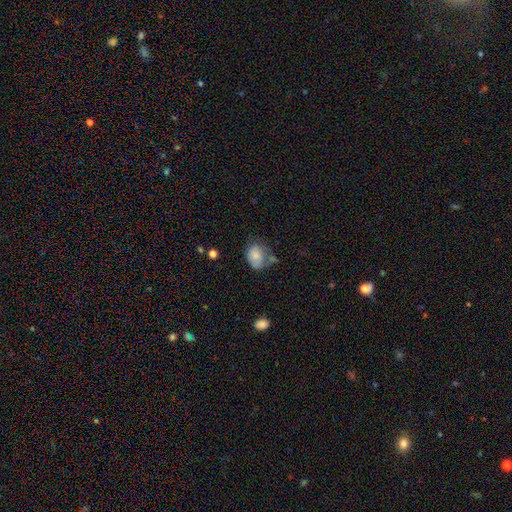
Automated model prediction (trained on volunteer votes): Smooth or featured? Predicted: smooth (p=0.74). How rounded? Predicted: in between (p=0.60). Merging? Predicted: none (p=0.41).